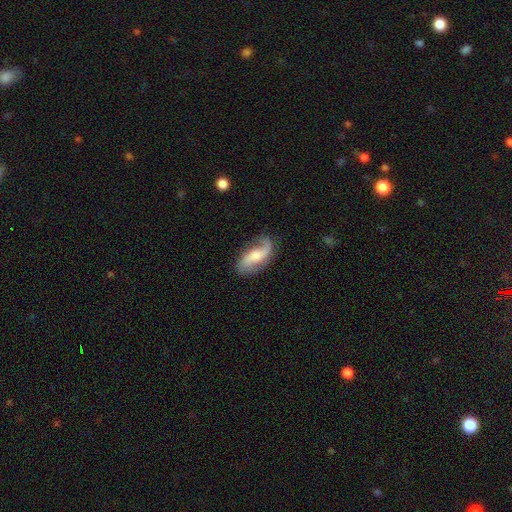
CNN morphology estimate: smooth_or_featured: featured or disk (p=0.73) [alt: smooth p=0.21]
disk_edge_on: no (p=0.94) [alt: yes p=0.06]
bar: no (p=0.49) [alt: weak p=0.37]
has_spiral_arms: yes (p=0.94) [alt: no p=0.06]
spiral_winding: loose (p=0.64) [alt: medium p=0.27]
spiral_arm_count: 2 (p=0.78) [alt: 1 p=0.15]
bulge_size: moderate (p=0.48) [alt: small p=0.36]
merging: none (p=0.68) [alt: minor disturbance p=0.20]